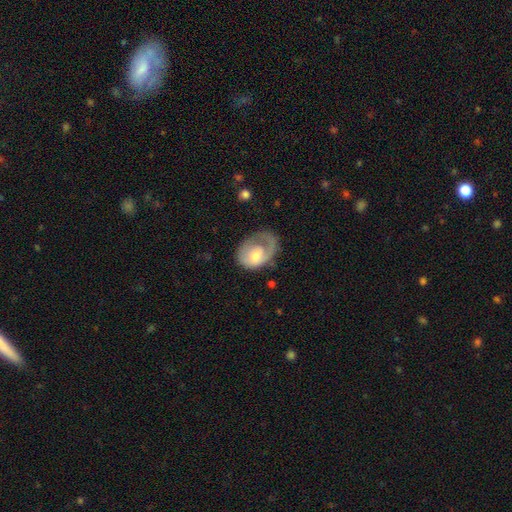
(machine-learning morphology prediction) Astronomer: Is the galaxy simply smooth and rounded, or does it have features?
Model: featured or disk — 55% (runner-up: smooth, 39%).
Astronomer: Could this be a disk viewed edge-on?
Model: no — 96%.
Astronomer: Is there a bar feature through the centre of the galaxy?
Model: no — 70%.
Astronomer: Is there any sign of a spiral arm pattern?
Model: yes — 65%.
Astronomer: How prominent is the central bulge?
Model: moderate — 59%.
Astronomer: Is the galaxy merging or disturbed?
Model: major disturbance — 40% (runner-up: none, 32%).